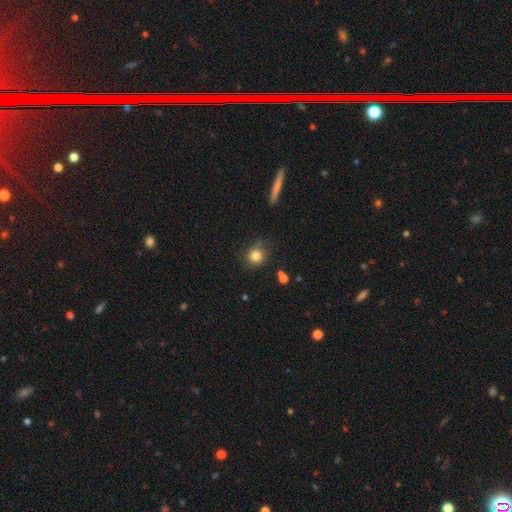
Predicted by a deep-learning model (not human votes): This appears to be a smooth galaxy with no disk features (82%) that is round (86%). Merging: none (73%).